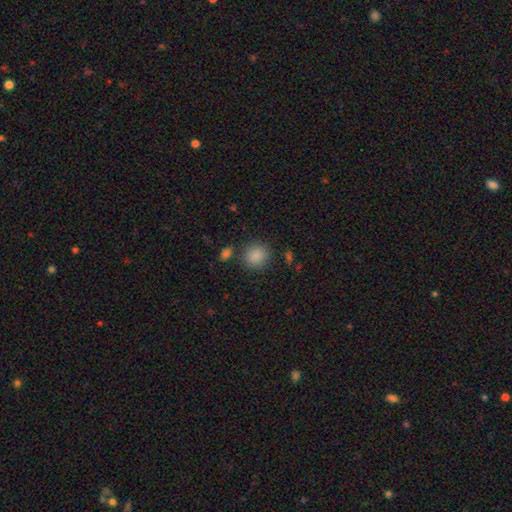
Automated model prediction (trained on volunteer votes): Morphology: type=smooth (87%); roundness=round (81%); merging=none (83%).